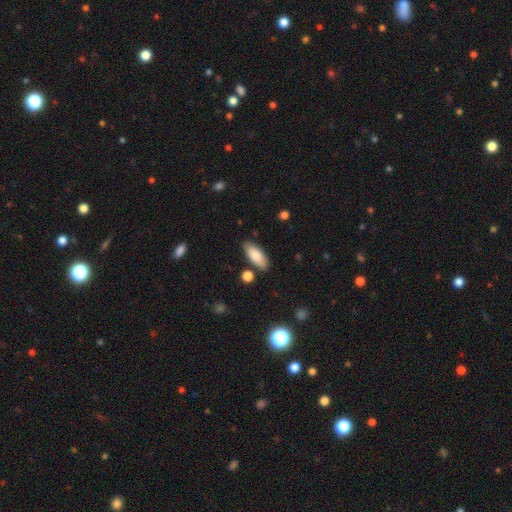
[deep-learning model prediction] smooth_or_featured: smooth (p=0.82) [alt: featured or disk p=0.12]
how_rounded: in between (p=0.83) [alt: cigar-shaped p=0.15]
merging: none (p=0.82) [alt: minor disturbance p=0.11]